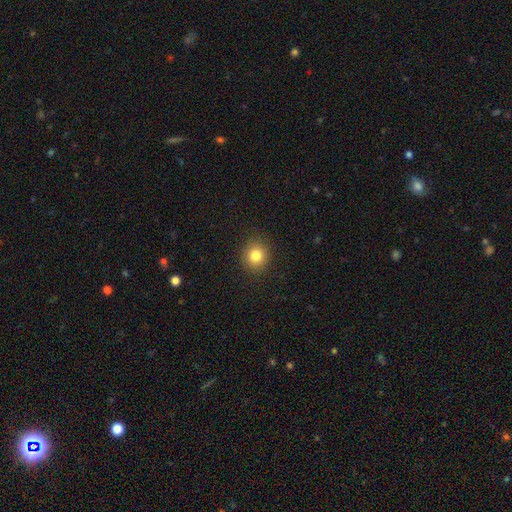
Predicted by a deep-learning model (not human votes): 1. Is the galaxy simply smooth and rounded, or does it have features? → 82% smooth, 11% star or artifact, 7% featured or disk.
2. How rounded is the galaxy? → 85% round, 15% in between, 1% cigar-shaped.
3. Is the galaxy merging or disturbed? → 90% none, 7% minor disturbance, 2% major disturbance, 1% merger.